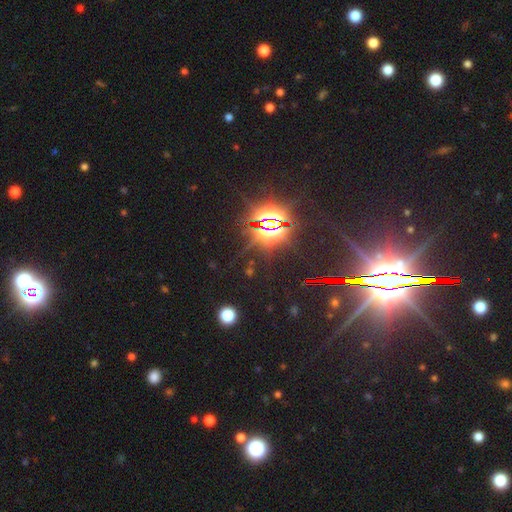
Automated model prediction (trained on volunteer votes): Smooth or featured? star or artifact (84%)